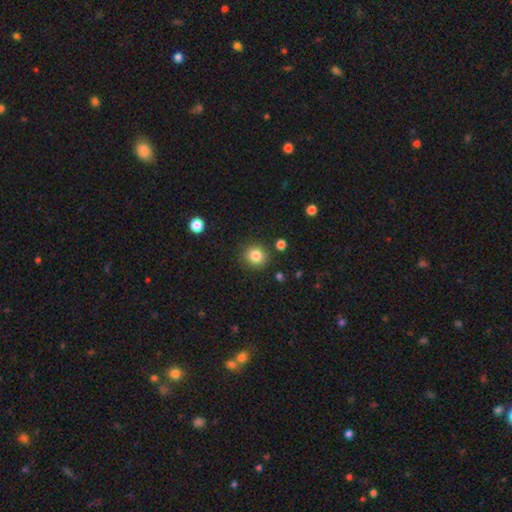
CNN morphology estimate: This appears to be a smooth galaxy with no disk features (83%) that is round (89%). Merging: none (87%).